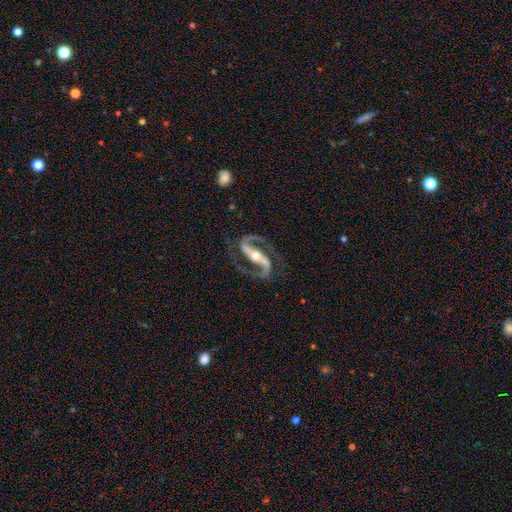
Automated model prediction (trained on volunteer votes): Overall: featured or disk (94%). Edge-on disk: no (96%). Bar: strong (71%). Spiral arms: yes (98%). Spiral arm count: 2 (94%). Spiral winding: medium (62%). Bulge size: moderate (63%; small 30%). Merging: none (81%).